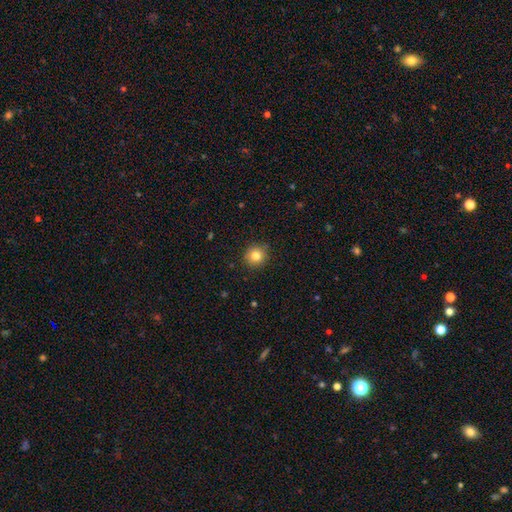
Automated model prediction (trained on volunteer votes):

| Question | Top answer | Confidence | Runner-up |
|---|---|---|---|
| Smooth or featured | smooth | 82% | star or artifact (11%) |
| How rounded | round | 91% | in between (8%) |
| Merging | none | 89% | minor disturbance (8%) |